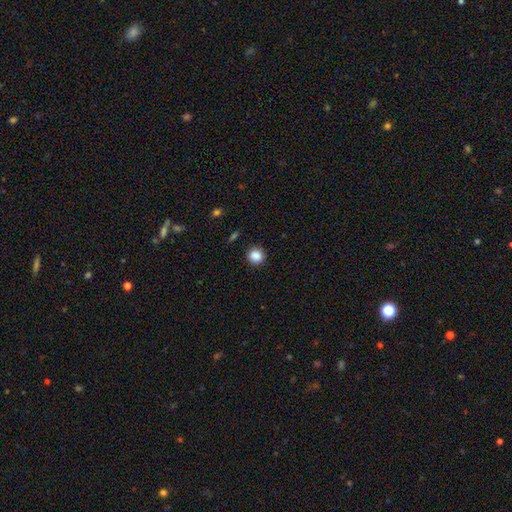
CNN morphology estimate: The model was most divided on "smooth or featured": smooth: 87%, star or artifact: 10%, featured or disk: 3%. More confident: how rounded — round (91%); merging — none (90%).